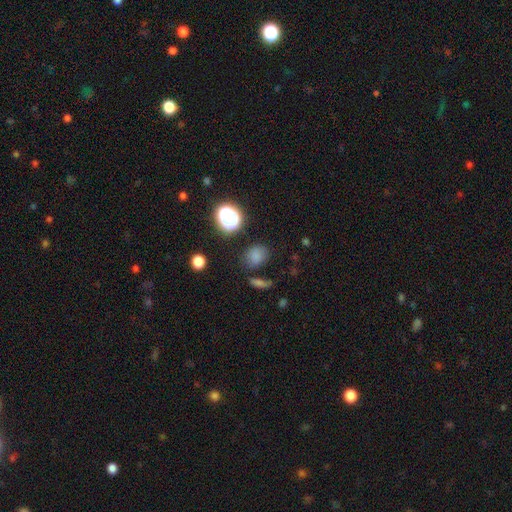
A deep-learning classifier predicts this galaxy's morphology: smooth_or_featured: smooth (p=0.75) [alt: star or artifact p=0.18]
how_rounded: in between (p=0.50) [alt: round p=0.48]
merging: none (p=0.72) [alt: minor disturbance p=0.16]